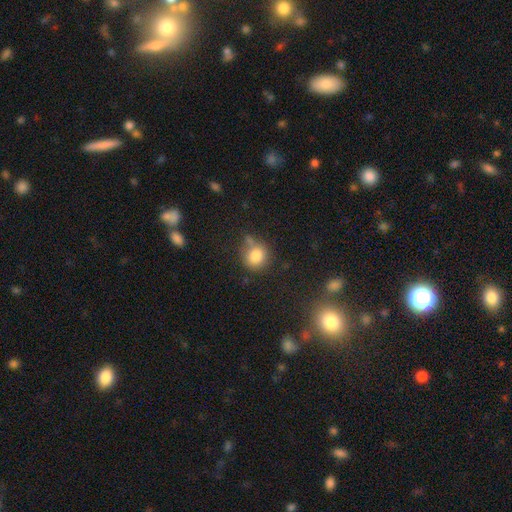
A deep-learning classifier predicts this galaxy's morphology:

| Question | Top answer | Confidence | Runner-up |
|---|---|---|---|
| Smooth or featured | smooth | 83% | star or artifact (10%) |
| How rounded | round | 87% | in between (12%) |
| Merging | none | 63% | minor disturbance (20%) |